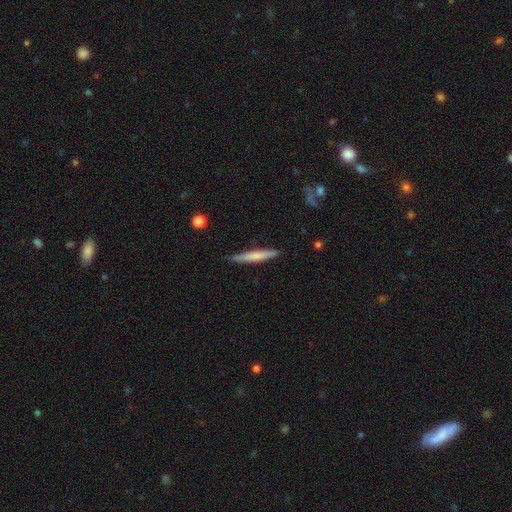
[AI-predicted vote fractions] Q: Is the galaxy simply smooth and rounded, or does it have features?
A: smooth — 62%.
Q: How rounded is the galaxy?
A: cigar-shaped — 95%.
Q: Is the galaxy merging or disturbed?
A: none — 86%.